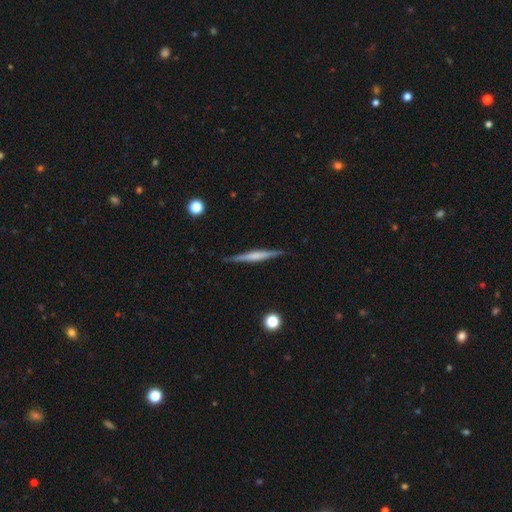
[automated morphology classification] Smooth or featured? featured or disk (62%)
Edge-on disk? yes (98%)
Edge-on bulge? rounded (38%, tied with none)
Merging? none (90%)